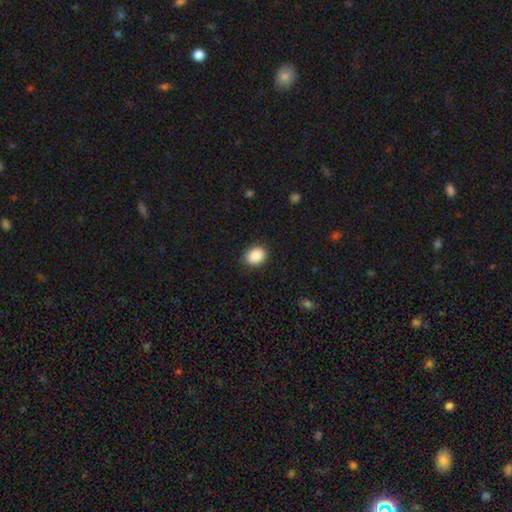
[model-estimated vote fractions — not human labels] This is clearly a smooth galaxy (89%). How rounded: possibly in between (54%). Merging: clearly none (88%).